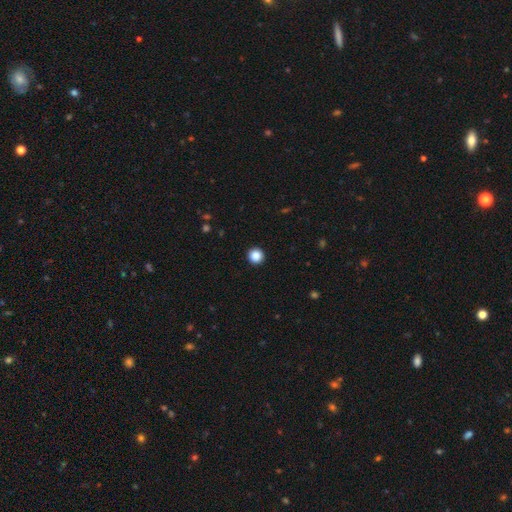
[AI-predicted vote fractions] Smooth or featured: smooth — 87% (star or artifact — 10%)
How rounded: round — 96% (in between — 3%)
Merging: none — 94% (minor disturbance — 4%)